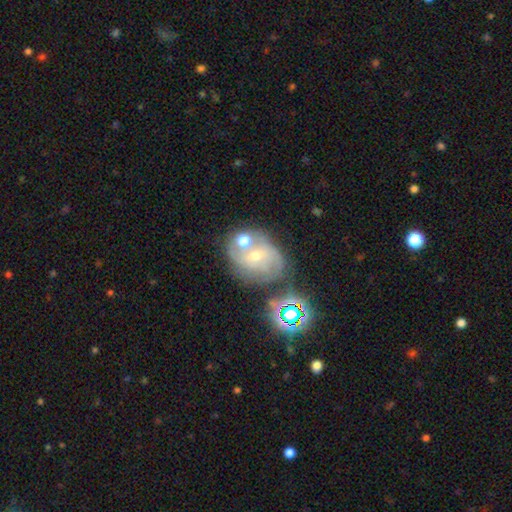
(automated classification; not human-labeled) Smooth or featured: featured or disk — 61% (smooth — 22%)
Edge-on disk: no — 96% (yes — 4%)
Bar: no — 50% (weak — 38%)
Spiral arms: yes — 80% (no — 20%)
Bulge size: small — 54% (moderate — 40%)
Merging: none — 49% (merger — 24%)